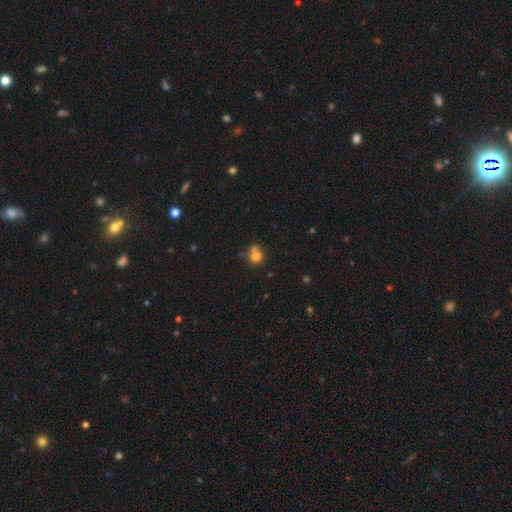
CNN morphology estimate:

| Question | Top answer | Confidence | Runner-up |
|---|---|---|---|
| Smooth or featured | smooth | 77% | star or artifact (13%) |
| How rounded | round | 71% | in between (28%) |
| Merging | none | 45% | merger (29%) |